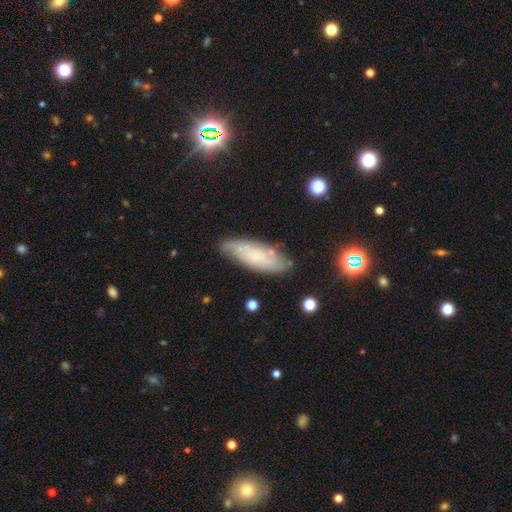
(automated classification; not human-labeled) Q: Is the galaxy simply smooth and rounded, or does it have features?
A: featured or disk — 46%.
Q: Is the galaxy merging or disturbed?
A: none — 74%.